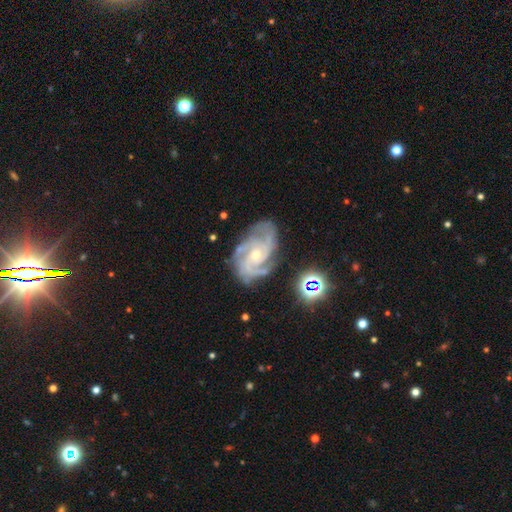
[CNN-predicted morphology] This appears to be a featured or disk galaxy (90%) with no bar (66%), 3 (40%) tight (54%) spiral arms (98%) and a small central bulge (65%). Merging: none (71%).